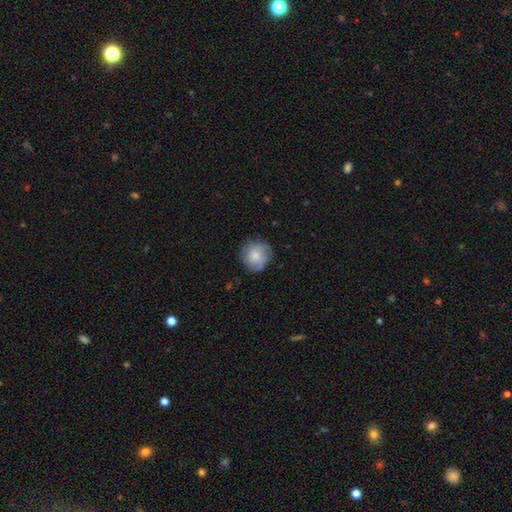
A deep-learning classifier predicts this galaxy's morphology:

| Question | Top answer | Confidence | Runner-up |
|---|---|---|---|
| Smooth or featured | smooth | 69% | featured or disk (24%) |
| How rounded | round | 89% | in between (10%) |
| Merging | none | 72% | minor disturbance (21%) |